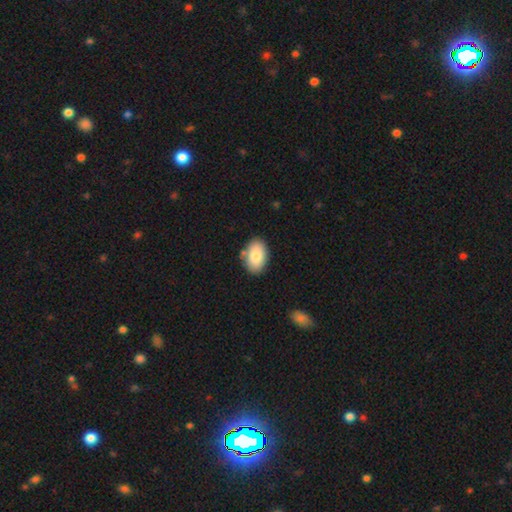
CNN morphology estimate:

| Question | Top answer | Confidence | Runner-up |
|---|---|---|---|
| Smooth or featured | smooth | 84% | featured or disk (9%) |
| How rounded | in between | 89% | round (10%) |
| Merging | none | 81% | minor disturbance (12%) |